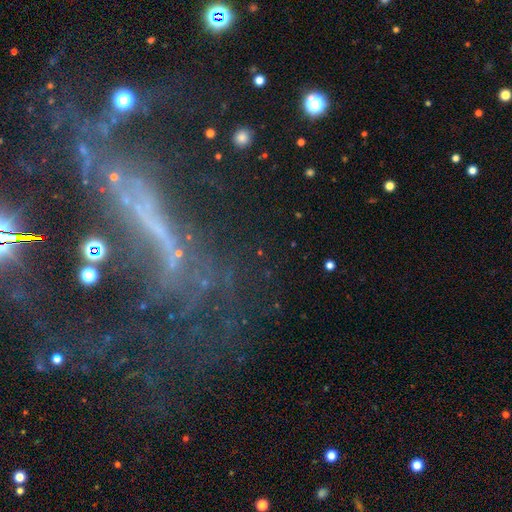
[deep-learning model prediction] featured or disk 56%, star or artifact 29%, smooth 16%. Down the decision tree: edge-on disk — no (74%); merging — major disturbance (39%).